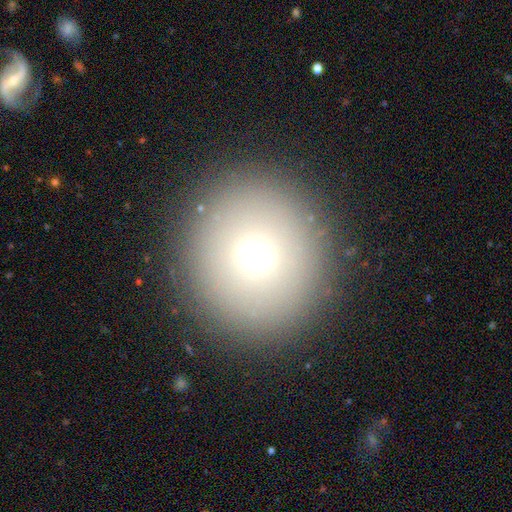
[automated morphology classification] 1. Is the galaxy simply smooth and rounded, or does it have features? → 67% smooth, 18% star or artifact, 15% featured or disk.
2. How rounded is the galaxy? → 92% round, 7% in between, 1% cigar-shaped.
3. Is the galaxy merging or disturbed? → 89% none, 6% minor disturbance, 3% major disturbance, 2% merger.